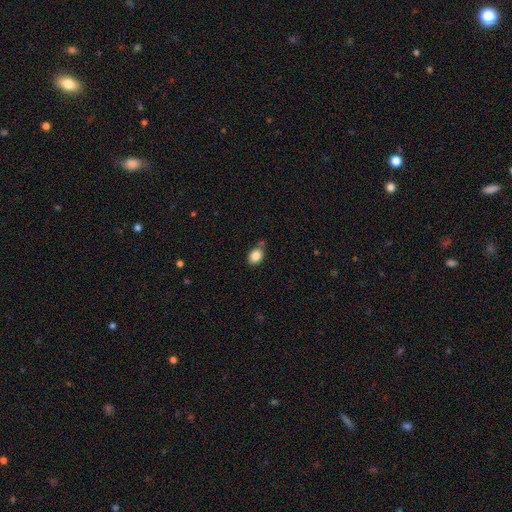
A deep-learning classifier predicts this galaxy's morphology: Q: Smooth or featured?
A: smooth (85%); runner-up: star or artifact (9%)
Q: How rounded?
A: in between (76%); runner-up: round (22%)
Q: Merging?
A: none (67%); runner-up: minor disturbance (21%)